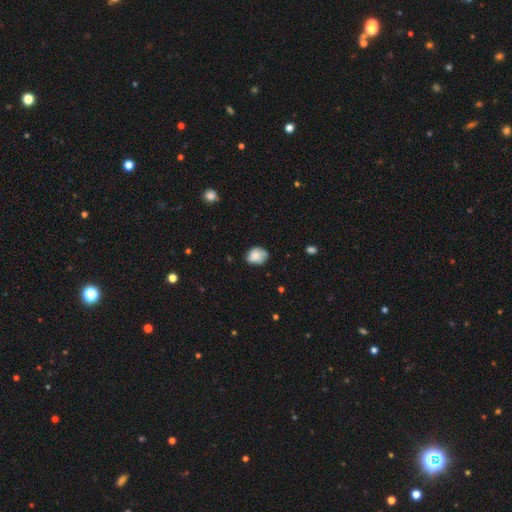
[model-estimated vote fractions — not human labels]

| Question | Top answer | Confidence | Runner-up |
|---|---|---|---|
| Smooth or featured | smooth | 77% | featured or disk (15%) |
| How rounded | in between | 59% | round (40%) |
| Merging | none | 58% | minor disturbance (32%) |